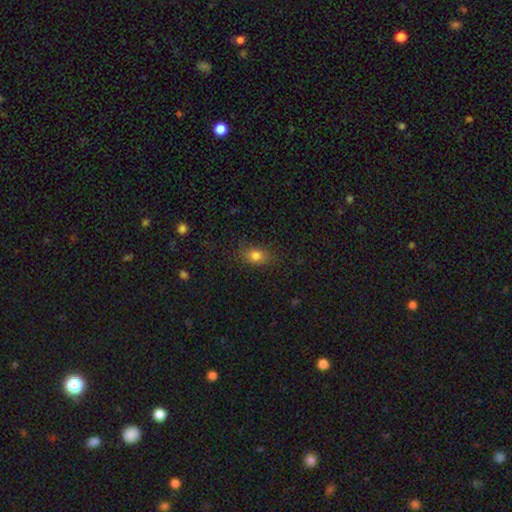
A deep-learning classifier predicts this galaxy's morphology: This appears to be a smooth galaxy with no disk features (79%) that is in between round and cigar-shaped (67%). Merging: none (81%).